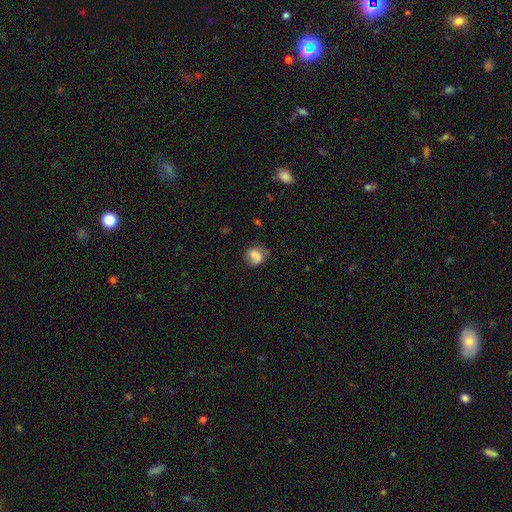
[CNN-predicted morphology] Smooth or featured?
  - smooth: 71% *
  - featured or disk: 19%
  - star or artifact: 10%
How rounded?
  - round: 59% *
  - in between: 40%
  - cigar-shaped: 1%
Merging?
  - none: 51% *
  - minor disturbance: 30%
  - major disturbance: 15%
  - merger: 4%